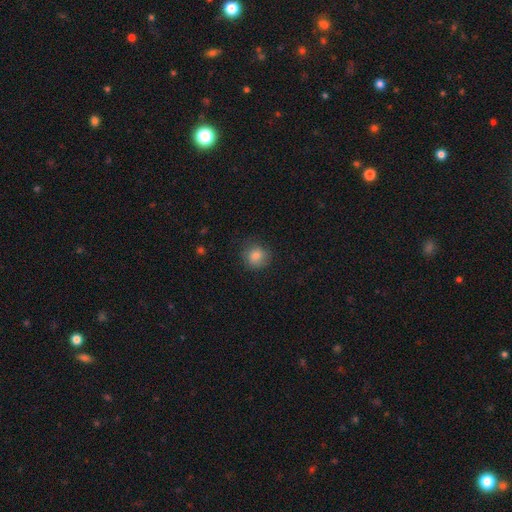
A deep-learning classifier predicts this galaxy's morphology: Smooth or featured?
  - smooth: 83% *
  - star or artifact: 9%
  - featured or disk: 7%
How rounded?
  - round: 85% *
  - in between: 14%
  - cigar-shaped: 1%
Merging?
  - none: 80% *
  - minor disturbance: 15%
  - major disturbance: 4%
  - merger: 1%